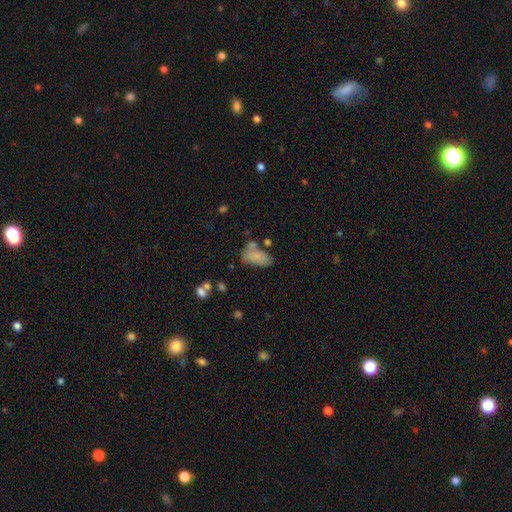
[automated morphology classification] smooth-or-featured: smooth: 77% | featured or disk: 13% | star or artifact: 9%
  how-rounded: in between: 91% | cigar-shaped: 5% | round: 4%
  merging: none: 43% | minor disturbance: 24% | merger: 20% | major disturbance: 13%